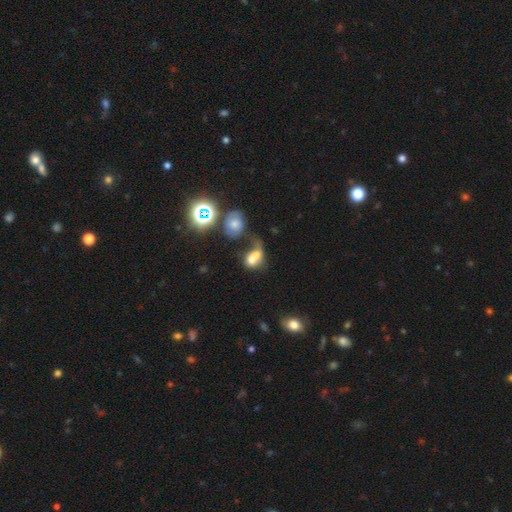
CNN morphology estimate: smooth 57%, featured or disk 26%, star or artifact 18%. Down the decision tree: how rounded — in between (69%); merging — merger (62%).